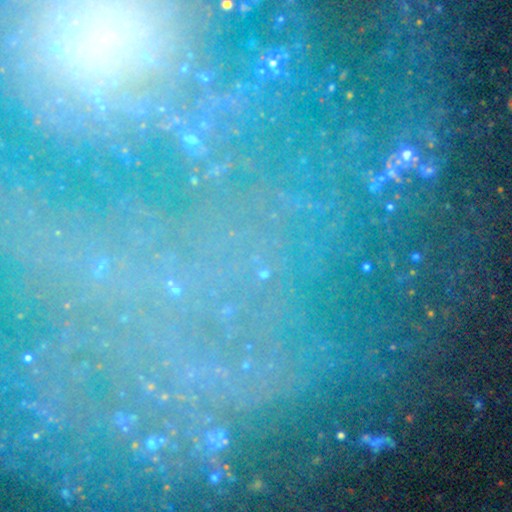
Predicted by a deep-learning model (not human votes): A star or artifact, not a galaxy (73%).